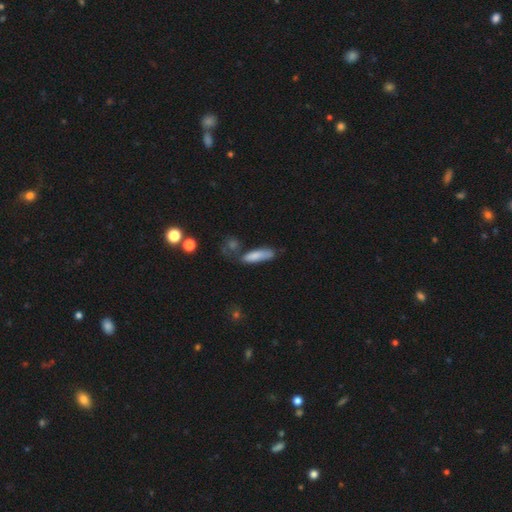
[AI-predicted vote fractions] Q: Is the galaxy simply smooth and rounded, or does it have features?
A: smooth — 80%.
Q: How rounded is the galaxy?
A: cigar-shaped — 63%.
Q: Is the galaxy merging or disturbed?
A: none — 56%.